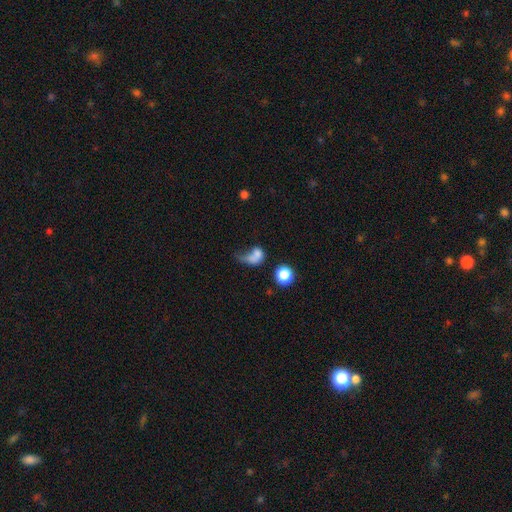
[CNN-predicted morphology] A smooth galaxy with no disk features (65%) that is in between round and cigar-shaped (54%). Merging: major disturbance (43%).